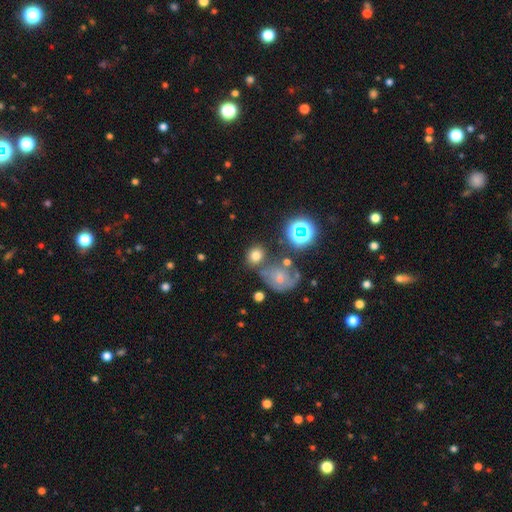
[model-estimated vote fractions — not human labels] The model was most divided on "how rounded": round: 67%, in between: 32%, cigar-shaped: 1%. More confident: smooth or featured — smooth (72%); merging — none (64%).